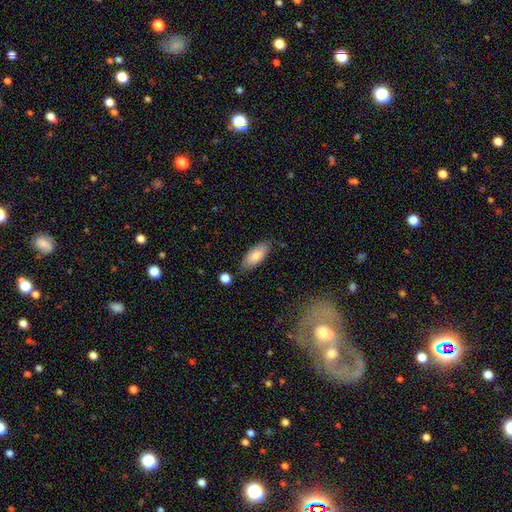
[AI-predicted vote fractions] Morphology: type=smooth (81%); roundness=in between (85%); merging=none (75%).